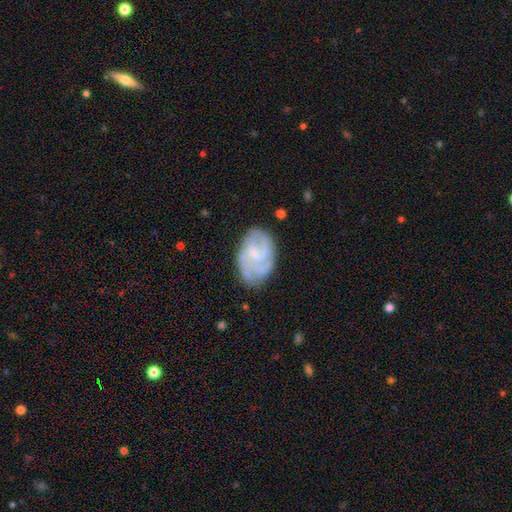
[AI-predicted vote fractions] Overall: featured or disk (76%). Edge-on disk: no (98%). Bar: no (47%; weak 45%). Spiral arms: yes (93%). Spiral arm count: 3 (32%; can't tell 26%). Spiral winding: tight (46%; medium 41%). Bulge size: small (49%; none 31%). Merging: none (68%).